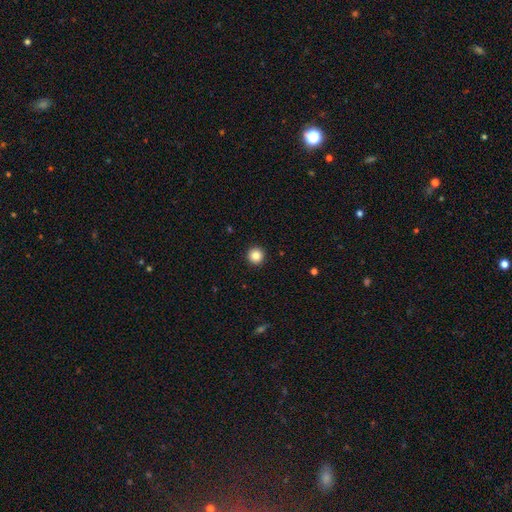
Morphology: type=smooth (92%); roundness=round (95%); merging=none (84%).